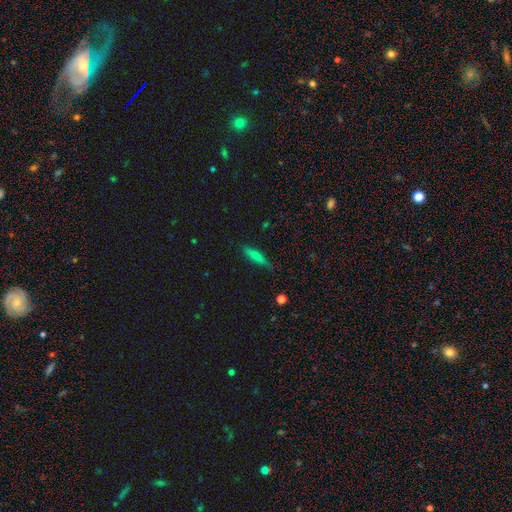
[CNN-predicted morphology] Overall: smooth (67%). How rounded: cigar-shaped (77%). Merging: none (80%).